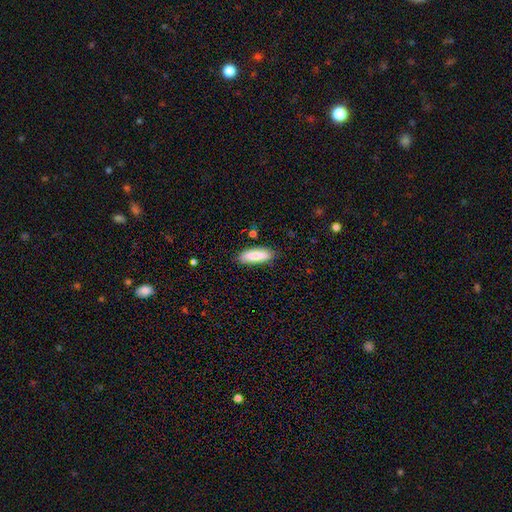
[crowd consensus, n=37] A smooth galaxy with no disk features (92%) that is in between round and cigar-shaped (71%). Merging: none (72%).